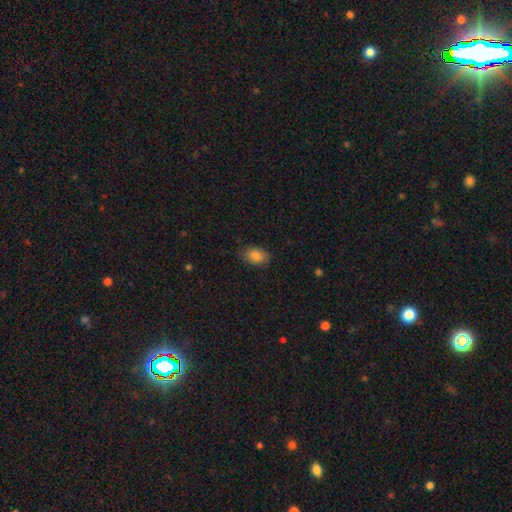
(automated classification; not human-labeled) smooth_or_featured: smooth (p=0.85) [alt: star or artifact p=0.08]
how_rounded: in between (p=0.86) [alt: round p=0.13]
merging: none (p=0.82) [alt: minor disturbance p=0.14]